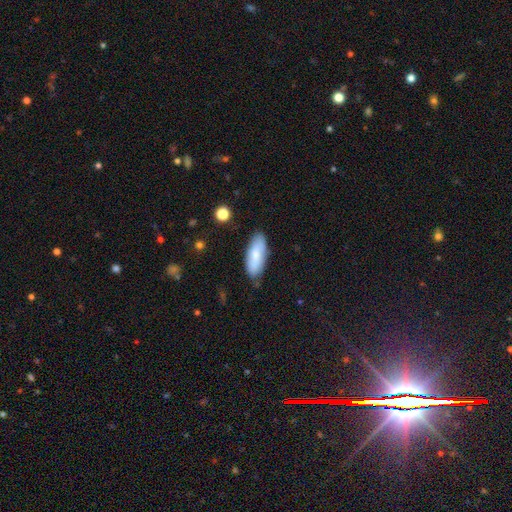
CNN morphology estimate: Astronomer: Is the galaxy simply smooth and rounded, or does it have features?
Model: smooth — 77%.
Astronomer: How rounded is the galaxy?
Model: in between — 75%.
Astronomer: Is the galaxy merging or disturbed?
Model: none — 78%.